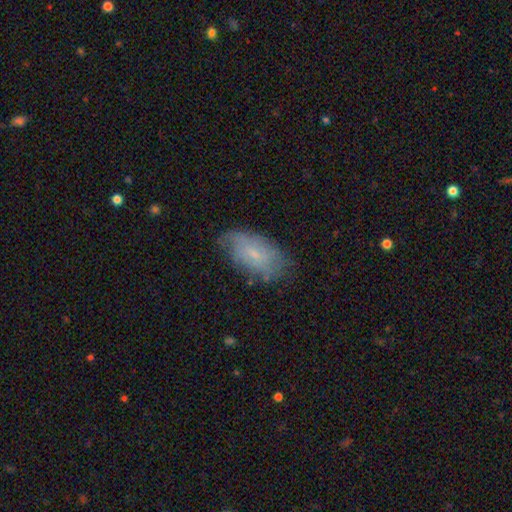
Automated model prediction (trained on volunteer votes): smooth-or-featured: smooth: 54% | featured or disk: 39% | star or artifact: 7%
  how-rounded: in between: 92% | round: 4% | cigar-shaped: 4%
  merging: none: 59% | minor disturbance: 29% | major disturbance: 10% | merger: 2%